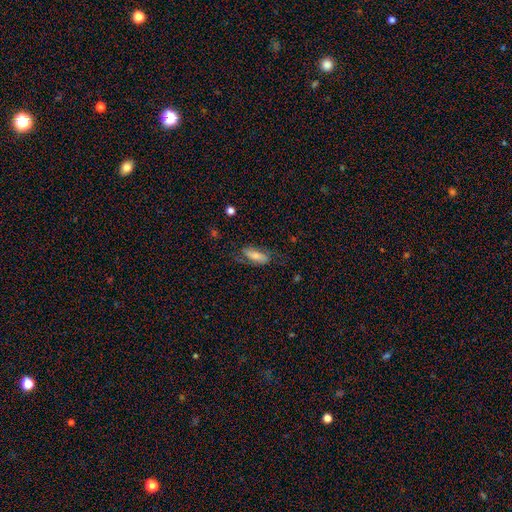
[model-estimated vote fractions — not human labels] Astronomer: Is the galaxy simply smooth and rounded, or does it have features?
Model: smooth — 63%.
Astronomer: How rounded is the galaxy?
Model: in between — 73%.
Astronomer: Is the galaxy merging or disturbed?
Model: none — 63%.